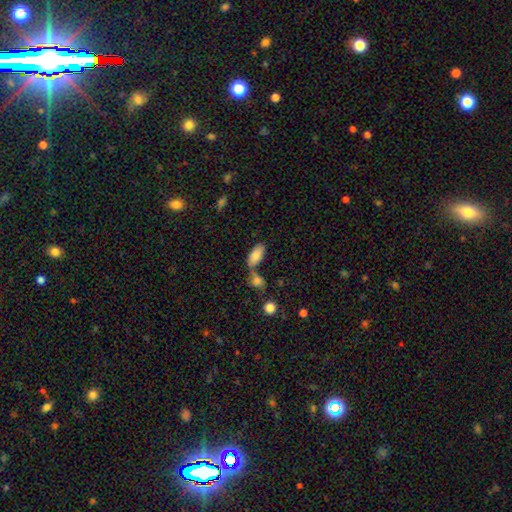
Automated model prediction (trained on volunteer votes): Smooth or featured? Predicted: smooth (p=0.83). How rounded? Predicted: in between (p=0.90). Merging? Predicted: none (p=0.46).